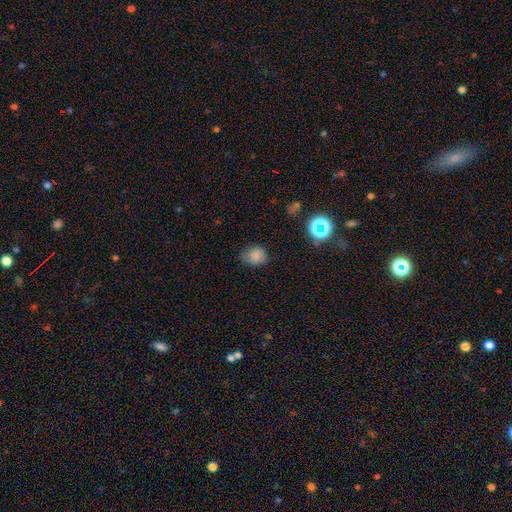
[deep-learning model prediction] smooth_or_featured: smooth (p=0.81) [alt: star or artifact p=0.14]
how_rounded: round (p=0.67) [alt: in between p=0.32]
merging: none (p=0.70) [alt: minor disturbance p=0.23]